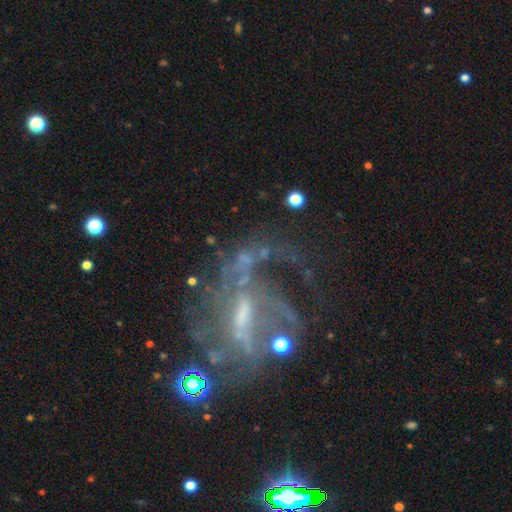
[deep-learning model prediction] This appears to be a featured or disk galaxy (76%) with a weak bar (43%), 2 (34%) loose (48%) spiral arms (70%) and a small central bulge (45%). Merging: none (41%).